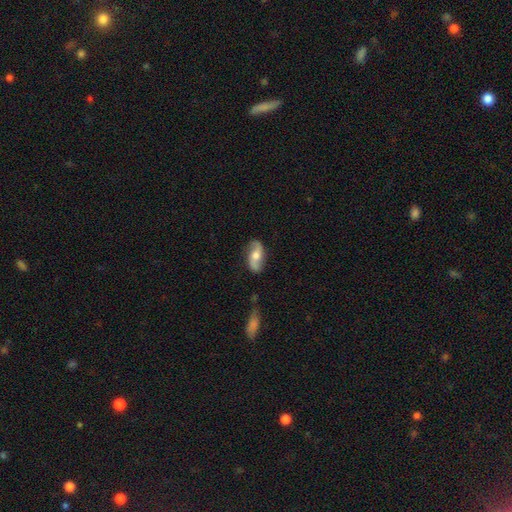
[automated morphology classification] Q: Smooth or featured?
A: featured or disk (69%); runner-up: smooth (25%)
Q: Edge-on disk?
A: no (93%); runner-up: yes (7%)
Q: Bar?
A: no (59%); runner-up: weak (32%)
Q: Spiral arms?
A: yes (92%); runner-up: no (8%)
Q: Spiral winding?
A: loose (65%); runner-up: medium (26%)
Q: Spiral arm count?
A: 2 (92%); runner-up: can't tell (3%)
Q: Bulge size?
A: moderate (65%); runner-up: large (17%)
Q: Merging?
A: none (78%); runner-up: minor disturbance (15%)